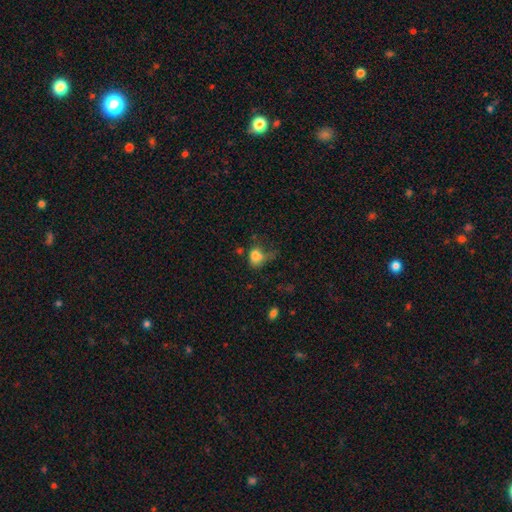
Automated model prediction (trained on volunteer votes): A smooth galaxy with no disk features (78%) that is in between round and cigar-shaped (58%). Merging: major disturbance (33%).